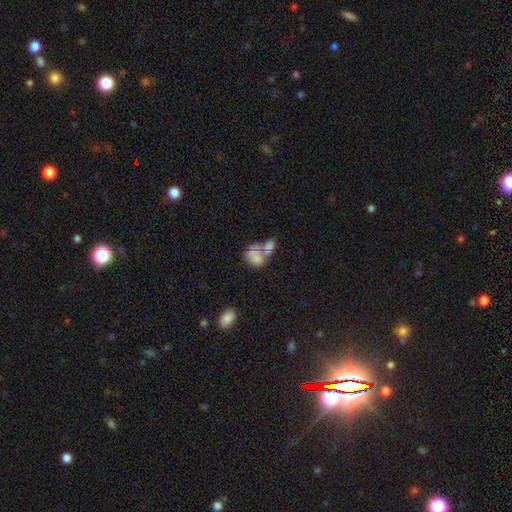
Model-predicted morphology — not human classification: Smooth or featured?
  - smooth: 62% *
  - featured or disk: 28%
  - star or artifact: 10%
How rounded?
  - in between: 68% *
  - round: 30%
  - cigar-shaped: 2%
Merging?
  - merger: 61% *
  - none: 18%
  - major disturbance: 12%
  - minor disturbance: 10%